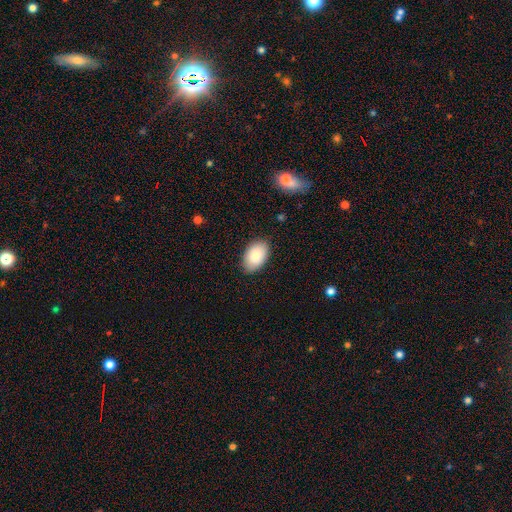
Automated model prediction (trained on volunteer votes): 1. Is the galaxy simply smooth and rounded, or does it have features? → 86% smooth, 7% featured or disk, 6% star or artifact.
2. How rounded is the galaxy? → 92% in between, 7% round, 1% cigar-shaped.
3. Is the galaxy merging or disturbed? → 85% none, 12% minor disturbance, 2% major disturbance, 1% merger.